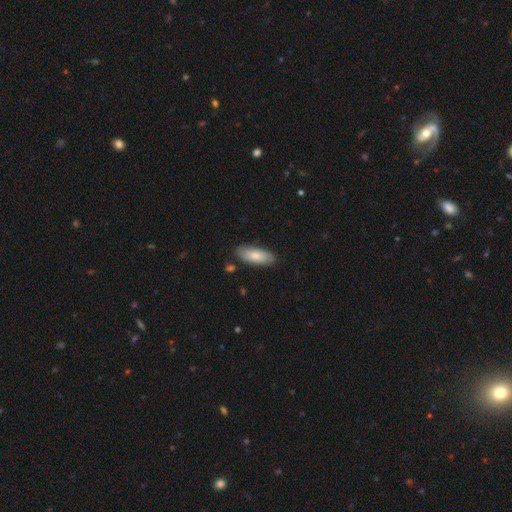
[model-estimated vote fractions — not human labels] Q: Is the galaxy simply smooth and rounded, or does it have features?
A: smooth — 79%.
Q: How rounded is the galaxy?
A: in between — 77%.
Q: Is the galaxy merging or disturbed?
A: none — 82%.